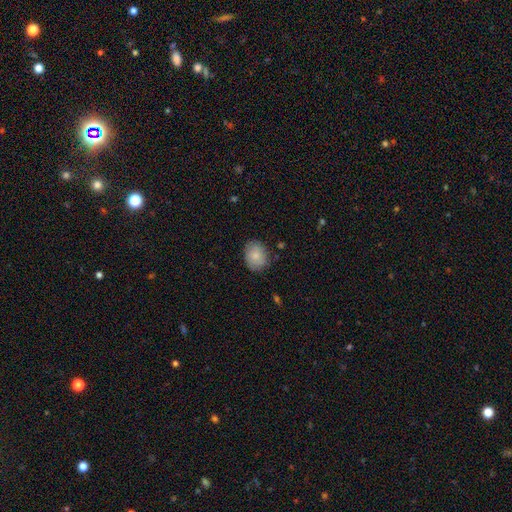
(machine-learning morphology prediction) Overall: smooth (84%). How rounded: in between (52%; round 47%). Merging: none (81%).